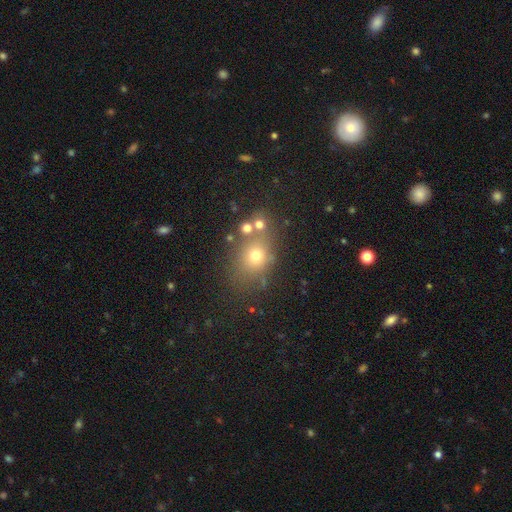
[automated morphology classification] type=smooth (65%); roundness=round (55%); merging=none (64%).